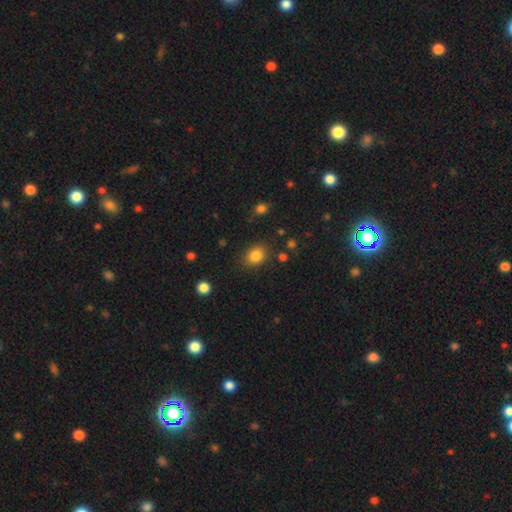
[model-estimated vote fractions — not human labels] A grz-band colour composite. It shows a smooth galaxy with no disk features (84%) that is in between round and cigar-shaped (52%). Merging: none (83%).